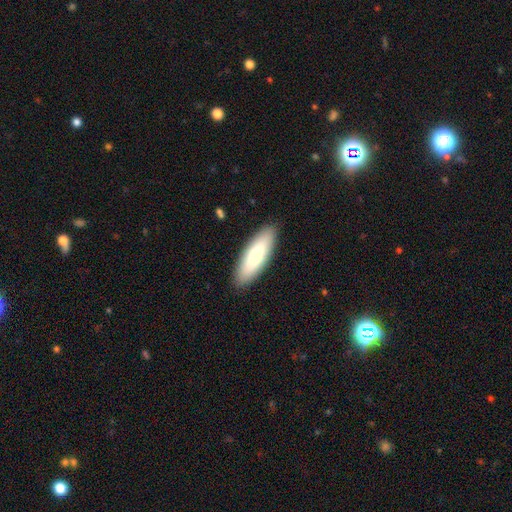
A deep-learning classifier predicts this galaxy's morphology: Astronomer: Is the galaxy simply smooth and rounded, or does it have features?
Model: smooth — 73%.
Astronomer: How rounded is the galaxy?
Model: in between — 54% (runner-up: cigar-shaped, 44%).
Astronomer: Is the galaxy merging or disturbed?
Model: none — 90%.